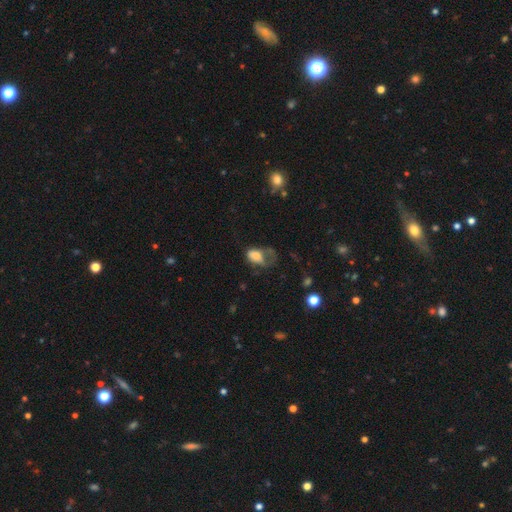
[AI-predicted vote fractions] Smooth or featured? Predicted: smooth (p=0.69). How rounded? Predicted: in between (p=0.84). Merging? Predicted: major disturbance (p=0.55).